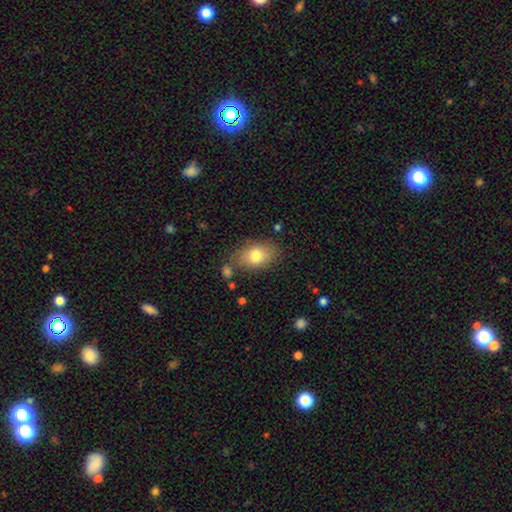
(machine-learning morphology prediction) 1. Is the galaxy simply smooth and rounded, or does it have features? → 78% smooth, 14% featured or disk, 8% star or artifact.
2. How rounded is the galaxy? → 84% in between, 15% round, 1% cigar-shaped.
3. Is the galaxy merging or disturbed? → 74% none, 16% minor disturbance, 5% merger, 5% major disturbance.